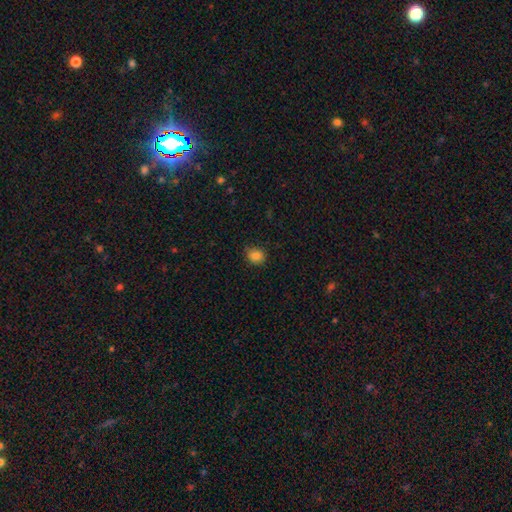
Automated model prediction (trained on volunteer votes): A smooth galaxy with no disk features (83%) that is round (73%).

Vote fractions:
- Smooth or featured? smooth: 83% / star or artifact: 11% / featured or disk: 6%
- How rounded? round: 73% / in between: 26% / cigar-shaped: 1%
- Merging? none: 82% / minor disturbance: 14% / major disturbance: 3% / merger: 1%